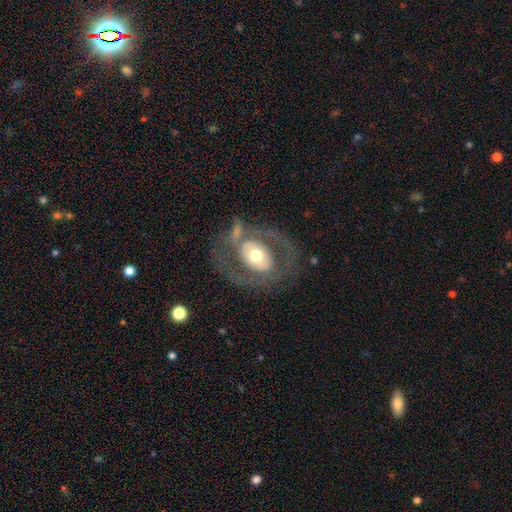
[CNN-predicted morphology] featured or disk 69%, smooth 25%, star or artifact 6%. Down the decision tree: edge-on disk — no (95%); bar — no (65%); spiral arms — yes (53%); bulge size — moderate (64%); merging — none (59%).